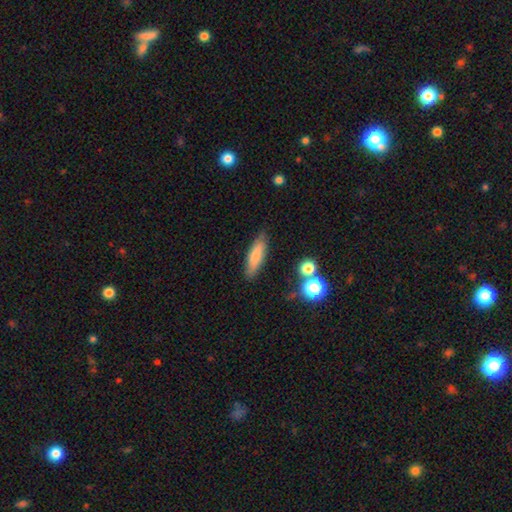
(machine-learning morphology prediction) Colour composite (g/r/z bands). It shows a smooth galaxy with no disk features (76%) that is cigar-shaped (63%). Merging: none (81%).